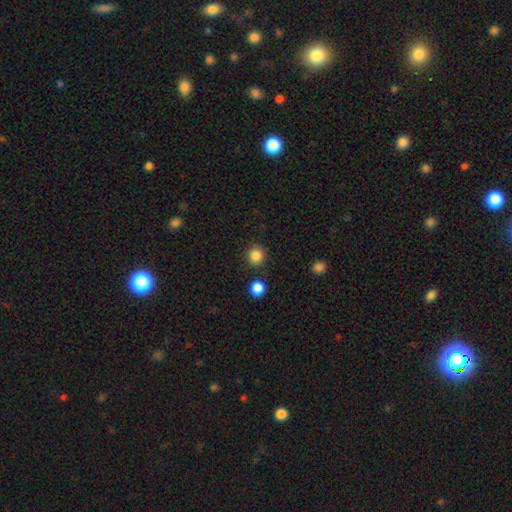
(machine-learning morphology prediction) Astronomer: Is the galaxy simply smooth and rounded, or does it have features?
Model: smooth — 85%.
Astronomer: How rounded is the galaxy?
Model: round — 93%.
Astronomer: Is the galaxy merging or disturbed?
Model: none — 89%.